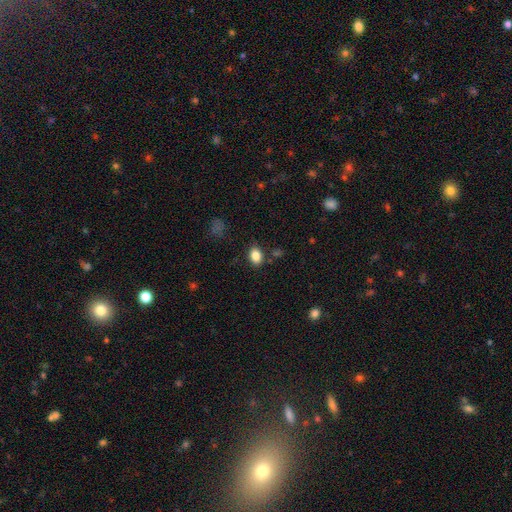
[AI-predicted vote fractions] This is clearly a smooth galaxy (85%). How rounded: likely in between (75%). Merging: clearly none (84%).